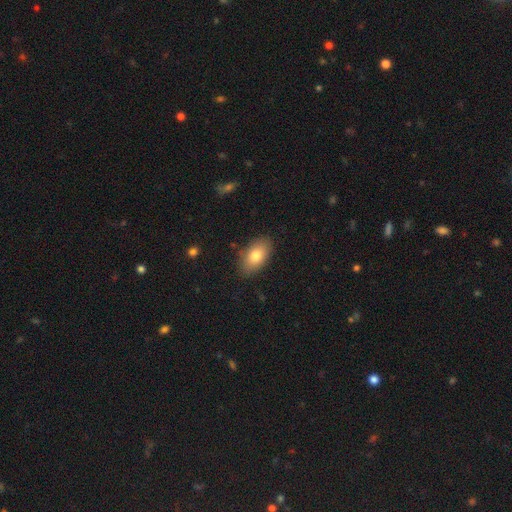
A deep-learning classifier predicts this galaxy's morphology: Smooth or featured: smooth — 79% (featured or disk — 14%)
How rounded: in between — 93% (round — 5%)
Merging: none — 85% (minor disturbance — 11%)